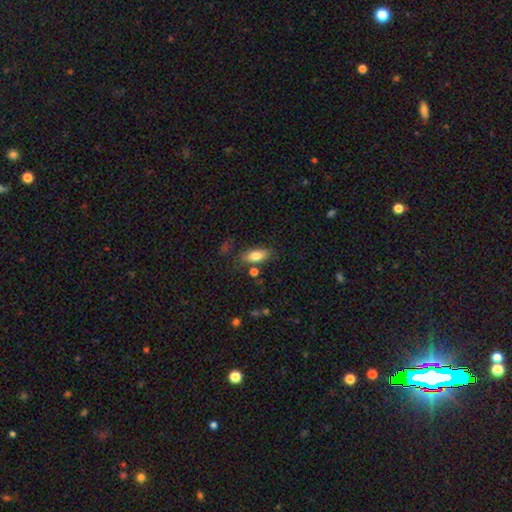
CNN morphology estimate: type=smooth (79%); roundness=in between (87%); merging=none (72%).